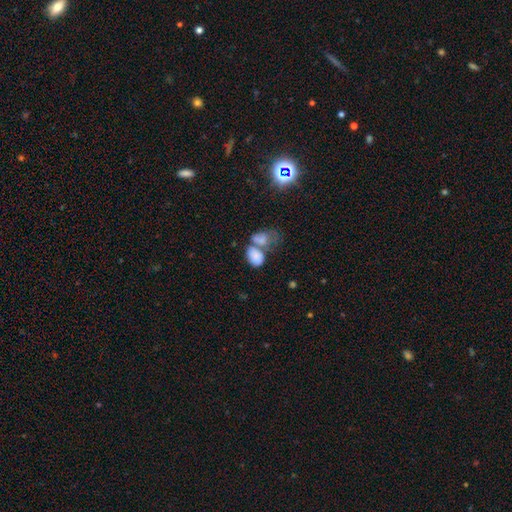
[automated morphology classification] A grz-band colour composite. It shows a smooth galaxy with no disk features (79%) that is in between round and cigar-shaped (84%). Merging: merger (57%).